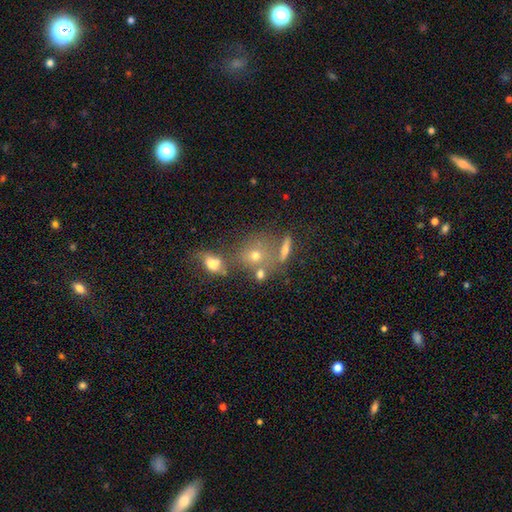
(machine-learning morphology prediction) Smooth or featured? Predicted: smooth (p=0.55). How rounded? Predicted: round (p=0.69). Merging? Predicted: none (p=0.45).